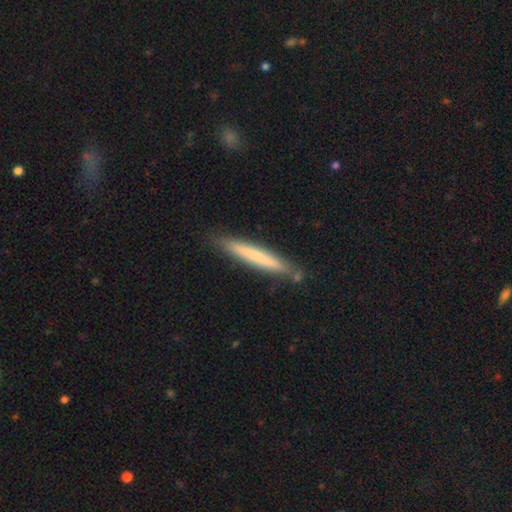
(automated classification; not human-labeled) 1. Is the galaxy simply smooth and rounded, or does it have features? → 65% smooth, 29% featured or disk, 6% star or artifact.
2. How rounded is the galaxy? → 96% cigar-shaped, 3% in between, 1% round.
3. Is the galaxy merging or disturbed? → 85% none, 11% minor disturbance, 3% merger, 2% major disturbance.